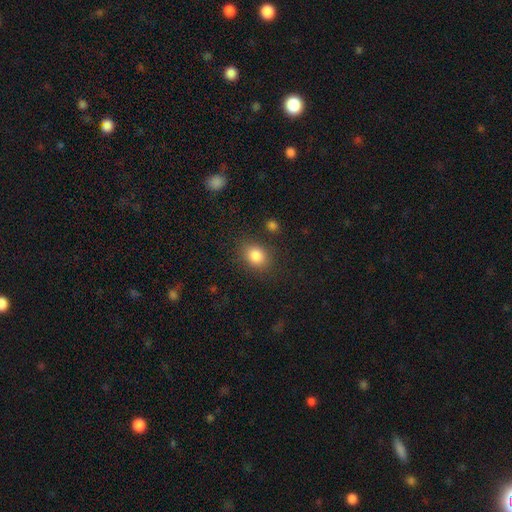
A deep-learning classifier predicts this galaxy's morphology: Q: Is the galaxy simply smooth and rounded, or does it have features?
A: smooth — 85%.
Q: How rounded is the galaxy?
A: in between — 56%.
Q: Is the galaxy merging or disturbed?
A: none — 79%.